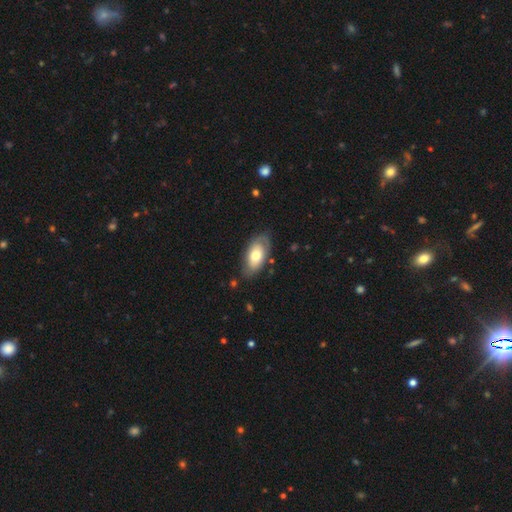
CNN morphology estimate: This is likely a smooth galaxy (61%). How rounded: clearly in between (92%). Merging: likely none (74%).